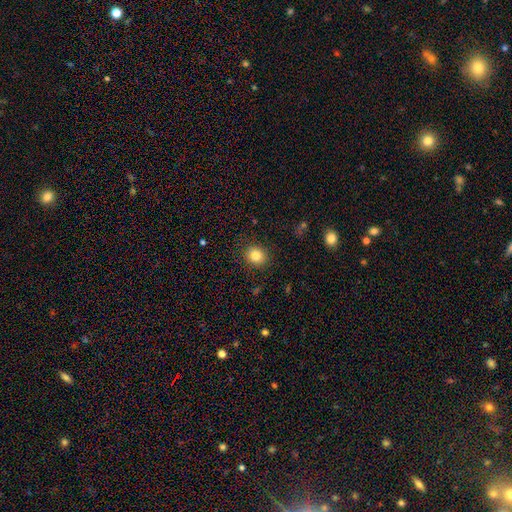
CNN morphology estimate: Smooth or featured? smooth (83%)
How rounded? round (78%)
Merging? none (89%)